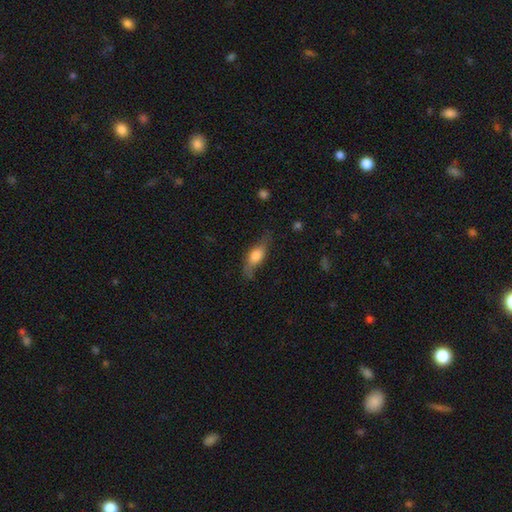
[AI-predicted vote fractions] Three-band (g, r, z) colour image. It shows a smooth galaxy with no disk features (60%) that is in between round and cigar-shaped (64%). Merging: none (63%).